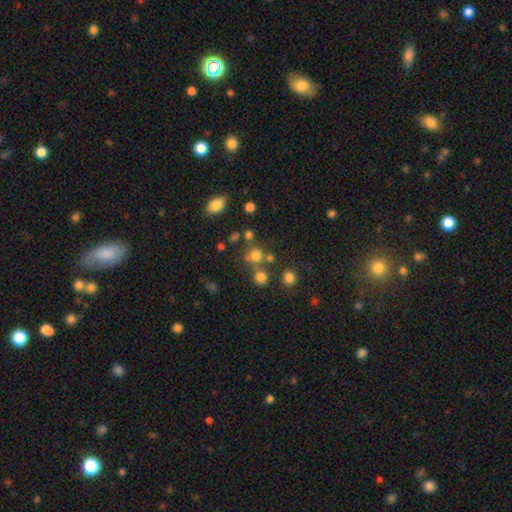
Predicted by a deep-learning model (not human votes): A smooth galaxy with no disk features (72%) that is round (85%).

Vote fractions:
- Smooth or featured? smooth: 72% / star or artifact: 19% / featured or disk: 9%
- How rounded? round: 85% / in between: 14% / cigar-shaped: 1%
- Merging? none: 59% / merger: 26% / minor disturbance: 10% / major disturbance: 5%